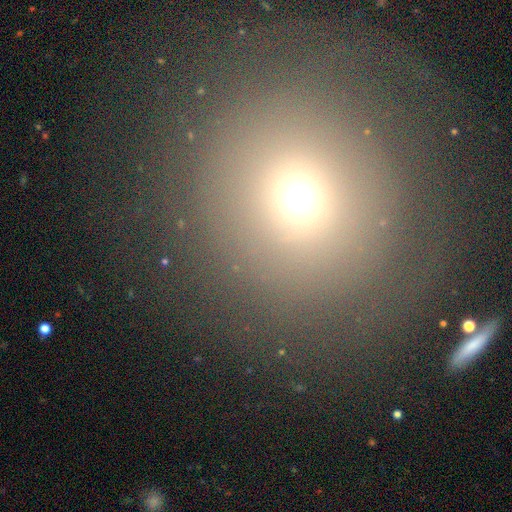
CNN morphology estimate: The model was most divided on "smooth or featured": smooth: 65%, star or artifact: 21%, featured or disk: 14%. More confident: how rounded — round (92%); merging — none (76%).